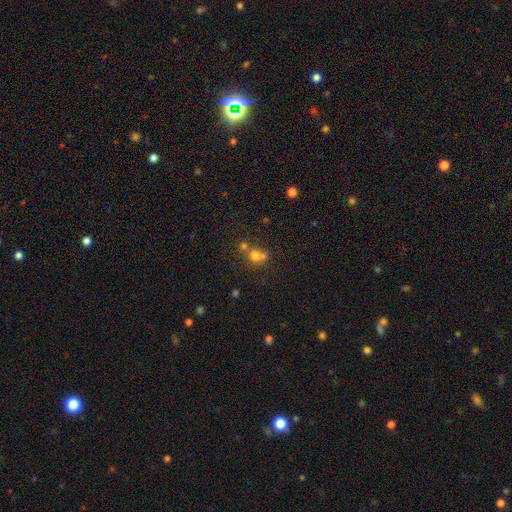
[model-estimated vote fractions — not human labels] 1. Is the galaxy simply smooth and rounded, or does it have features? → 66% smooth, 18% star or artifact, 16% featured or disk.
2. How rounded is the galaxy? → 76% round, 23% in between, 1% cigar-shaped.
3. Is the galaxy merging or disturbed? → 49% merger, 38% none, 9% minor disturbance, 5% major disturbance.